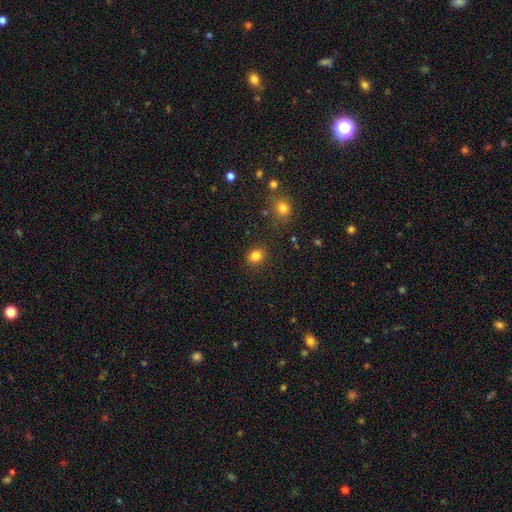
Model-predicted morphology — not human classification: A smooth galaxy with no disk features (83%) that is round (62%).

Vote fractions:
- Smooth or featured? smooth: 83% / star or artifact: 12% / featured or disk: 5%
- How rounded? round: 62% / in between: 37% / cigar-shaped: 1%
- Merging? none: 87% / minor disturbance: 8% / major disturbance: 3% / merger: 2%